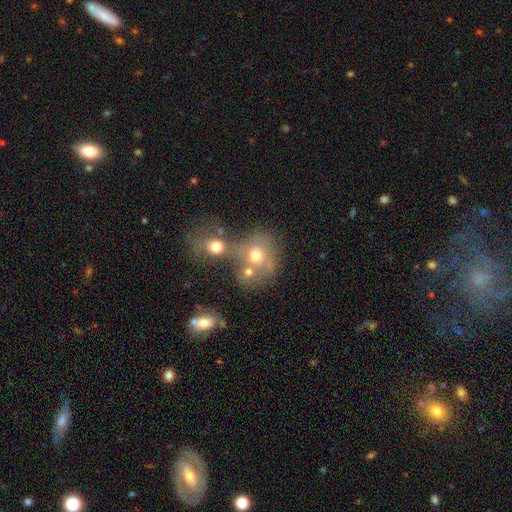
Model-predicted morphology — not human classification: Overall: smooth (61%; featured or disk 25%). How rounded: round (67%; in between 32%). Merging: merger (56%; none 27%).